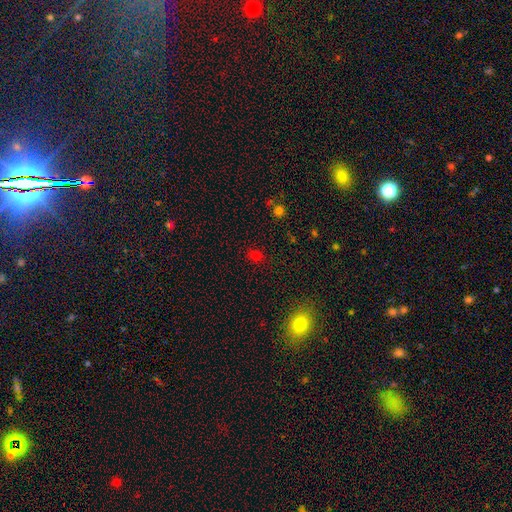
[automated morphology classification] This appears to be a smooth galaxy with no disk features (68%) that is round (63%). Merging: none (84%).